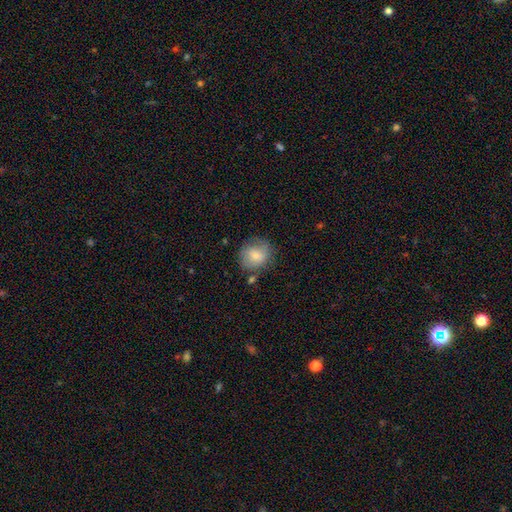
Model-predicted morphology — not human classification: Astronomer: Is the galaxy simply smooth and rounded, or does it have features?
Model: smooth — 73%.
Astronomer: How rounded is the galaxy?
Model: round — 81%.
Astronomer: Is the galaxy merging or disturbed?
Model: none — 67%.